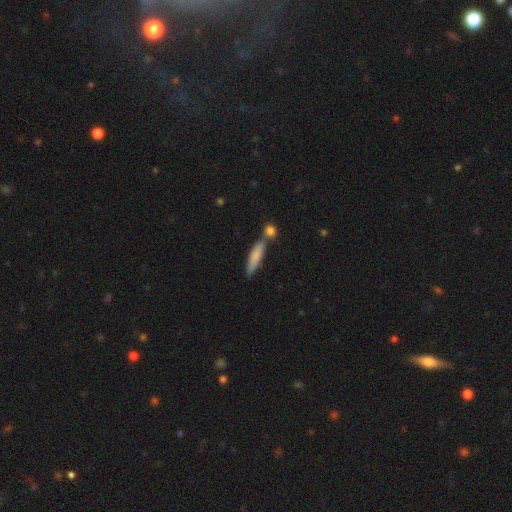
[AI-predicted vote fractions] Morphology: type=smooth (75%); roundness=cigar-shaped (81%); merging=none (60%).